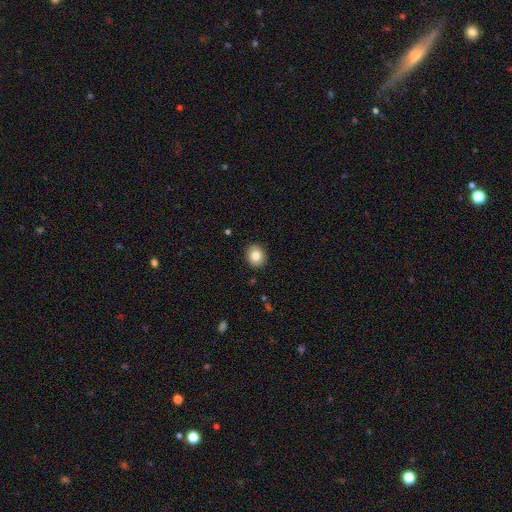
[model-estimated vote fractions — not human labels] smooth-or-featured: smooth: 83% | star or artifact: 9% | featured or disk: 9%
  how-rounded: round: 67% | in between: 33% | cigar-shaped: 1%
  merging: none: 90% | minor disturbance: 7% | major disturbance: 2% | merger: 1%